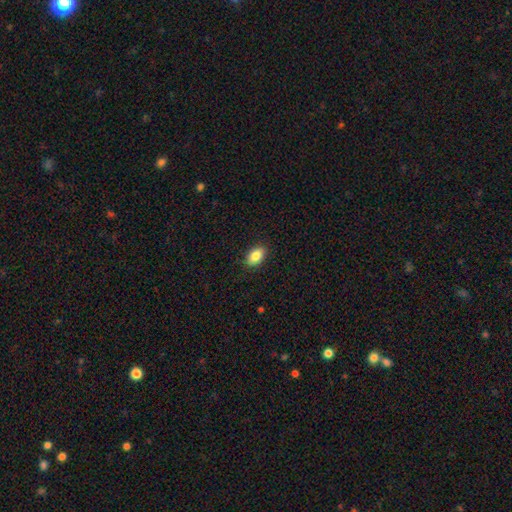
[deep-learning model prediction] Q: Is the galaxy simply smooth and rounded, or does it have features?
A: smooth — 85%.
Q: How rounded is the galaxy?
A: in between — 90%.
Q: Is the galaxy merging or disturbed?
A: none — 89%.